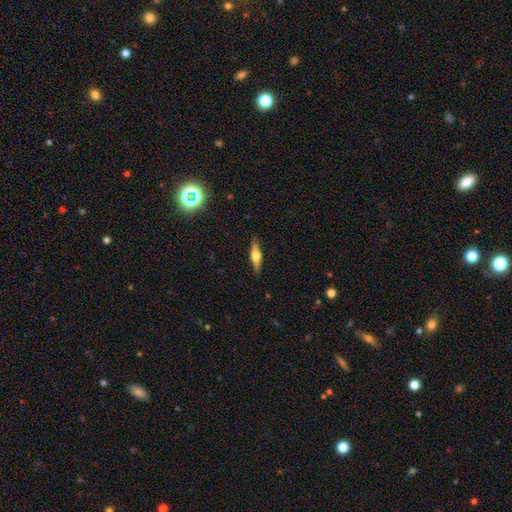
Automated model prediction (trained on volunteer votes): This is likely a featured or disk galaxy (62%). It is clearly viewed edge-on (96%). Edge-on bulge: clearly rounded (92%). Merging: clearly none (89%).